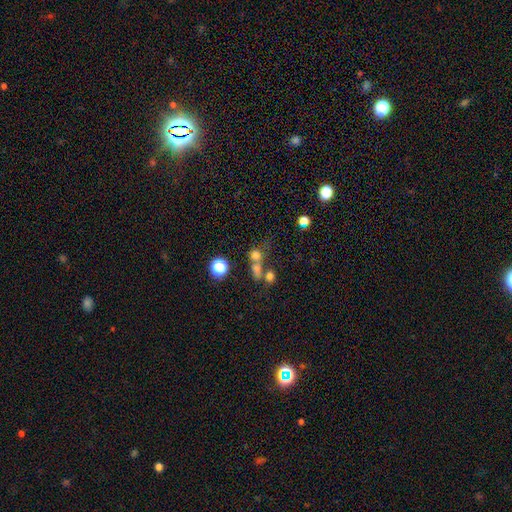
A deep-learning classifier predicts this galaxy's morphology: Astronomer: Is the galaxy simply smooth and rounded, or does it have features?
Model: smooth — 67%.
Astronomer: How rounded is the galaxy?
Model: round — 79%.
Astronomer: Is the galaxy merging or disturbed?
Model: merger — 42%, tied with none at 42%.